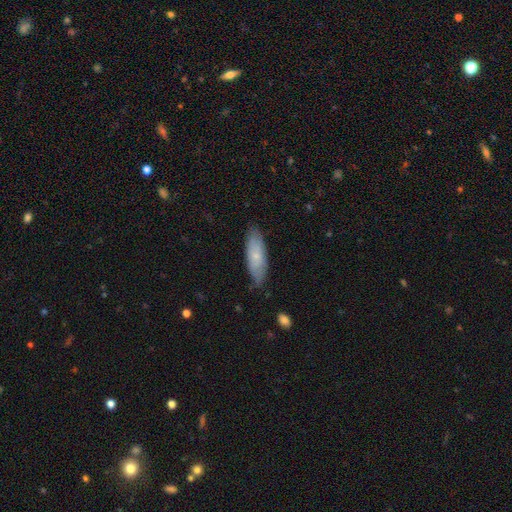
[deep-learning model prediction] Smooth or featured: smooth — 66% (featured or disk — 28%)
How rounded: in between — 61% (cigar-shaped — 37%)
Merging: none — 78% (minor disturbance — 18%)